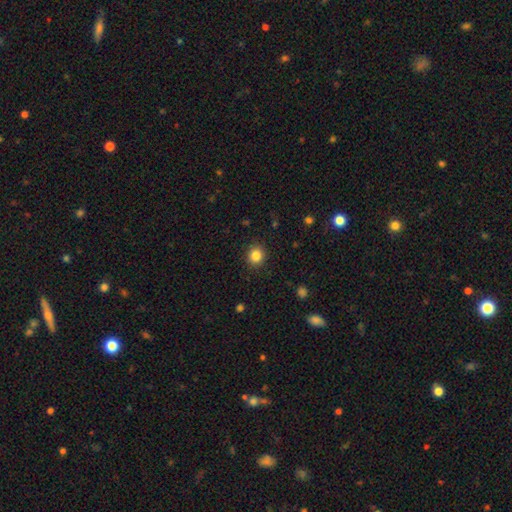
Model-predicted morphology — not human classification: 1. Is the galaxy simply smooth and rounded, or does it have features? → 85% smooth, 11% star or artifact, 4% featured or disk.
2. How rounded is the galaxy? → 88% round, 11% in between, 1% cigar-shaped.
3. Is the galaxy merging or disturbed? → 91% none, 6% minor disturbance, 2% major disturbance, 1% merger.